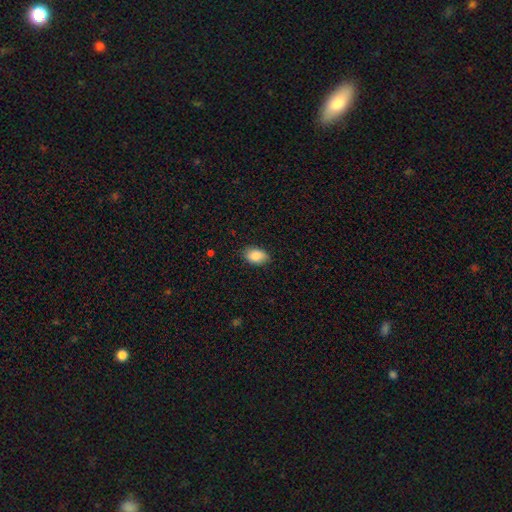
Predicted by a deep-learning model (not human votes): The model was most divided on "merging": none: 84%, minor disturbance: 13%, major disturbance: 2%, merger: 1%. More confident: smooth or featured — smooth (88%); how rounded — in between (87%).